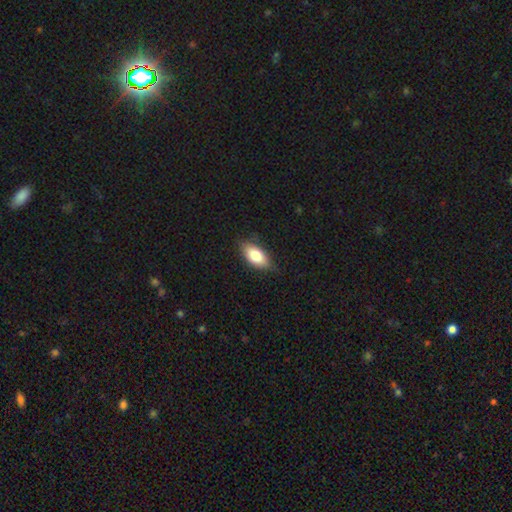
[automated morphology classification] A smooth galaxy with no disk features (80%) that is in between round and cigar-shaped (89%). Merging: none (75%).